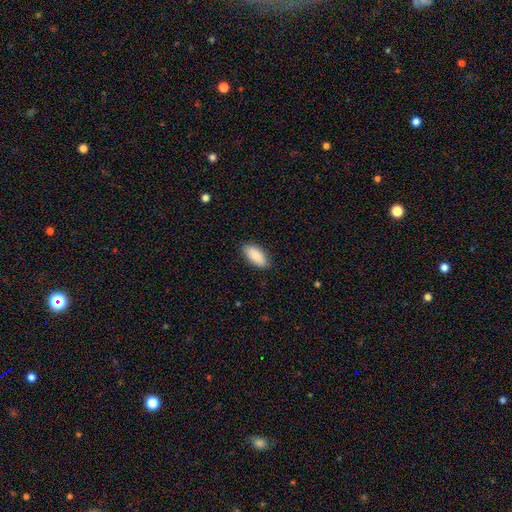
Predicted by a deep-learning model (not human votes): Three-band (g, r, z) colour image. It shows a smooth galaxy with no disk features (89%) that is in between round and cigar-shaped (90%). Merging: none (86%).